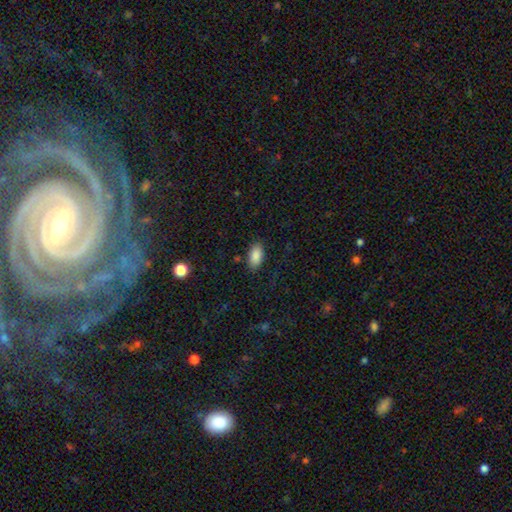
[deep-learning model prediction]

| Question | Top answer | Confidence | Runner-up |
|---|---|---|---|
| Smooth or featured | smooth | 88% | star or artifact (8%) |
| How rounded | in between | 93% | cigar-shaped (4%) |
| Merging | none | 86% | minor disturbance (10%) |